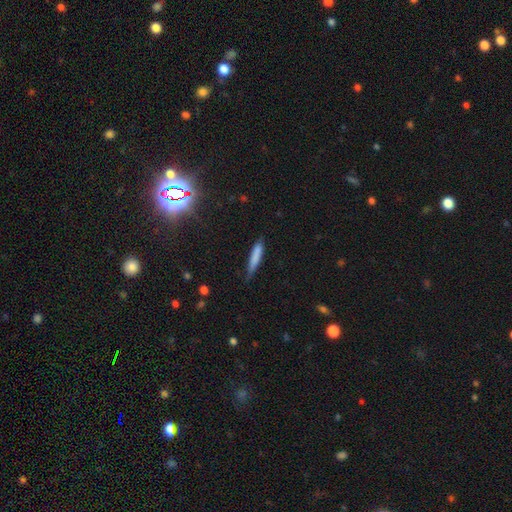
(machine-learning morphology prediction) Smooth or featured? smooth (78%)
How rounded? cigar-shaped (89%)
Merging? none (66%)